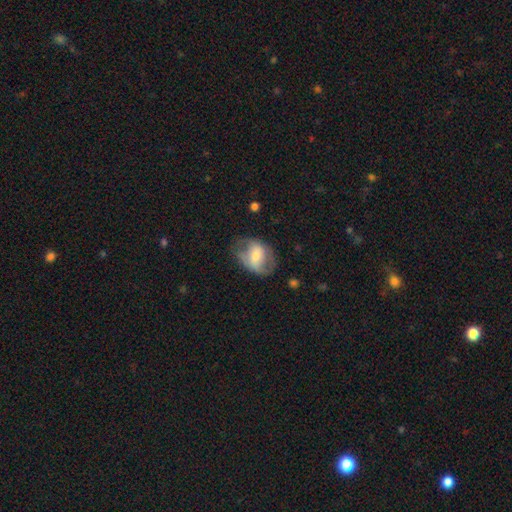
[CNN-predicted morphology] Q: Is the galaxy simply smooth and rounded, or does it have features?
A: featured or disk — 48%.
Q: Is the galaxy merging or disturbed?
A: none — 57%.